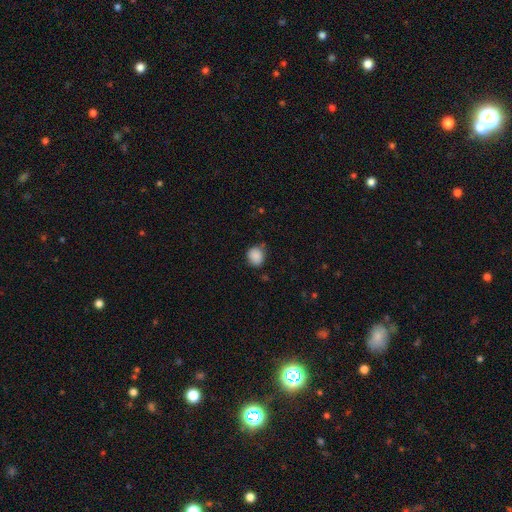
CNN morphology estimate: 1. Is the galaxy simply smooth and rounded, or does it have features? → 88% smooth, 9% star or artifact, 4% featured or disk.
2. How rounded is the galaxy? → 72% round, 27% in between, 1% cigar-shaped.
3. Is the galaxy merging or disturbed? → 74% none, 20% minor disturbance, 4% major disturbance, 2% merger.